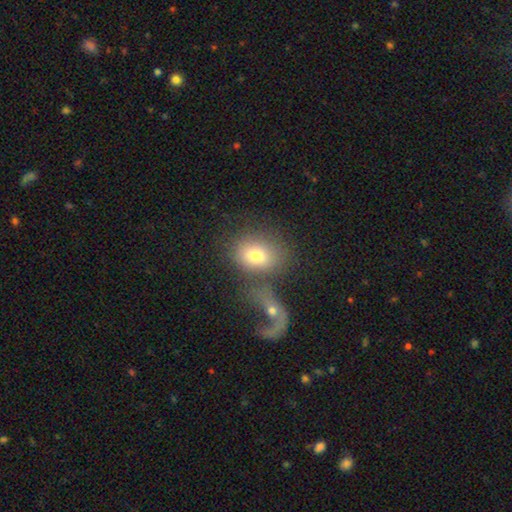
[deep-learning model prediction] Smooth or featured? Predicted: smooth (p=0.73). How rounded? Predicted: in between (p=0.58). Merging? Predicted: none (p=0.41).